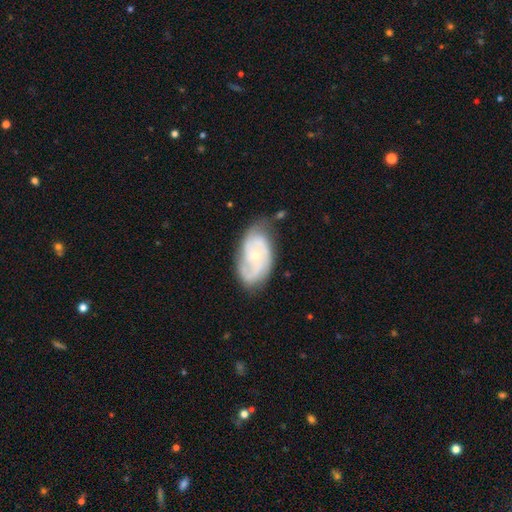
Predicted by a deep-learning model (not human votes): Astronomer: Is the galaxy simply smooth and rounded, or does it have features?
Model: featured or disk — 79%.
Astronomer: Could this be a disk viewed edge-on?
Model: no — 96%.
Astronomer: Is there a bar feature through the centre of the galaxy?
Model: no — 72%.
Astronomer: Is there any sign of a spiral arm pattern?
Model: yes — 93%.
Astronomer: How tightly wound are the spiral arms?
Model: tight — 52% (runner-up: medium, 37%).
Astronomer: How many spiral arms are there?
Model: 2 — 45% (runner-up: 3, 22%).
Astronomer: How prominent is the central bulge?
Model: small — 69%.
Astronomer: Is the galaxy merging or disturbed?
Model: none — 60%.